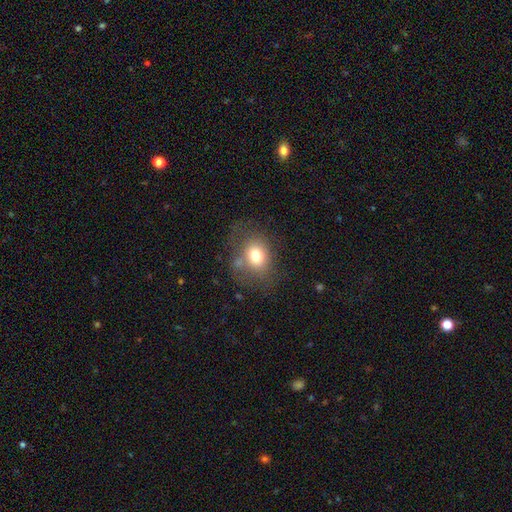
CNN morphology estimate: The model was most divided on "how rounded": in between: 55%, round: 44%, cigar-shaped: 1%. More confident: smooth or featured — smooth (72%); merging — none (59%).